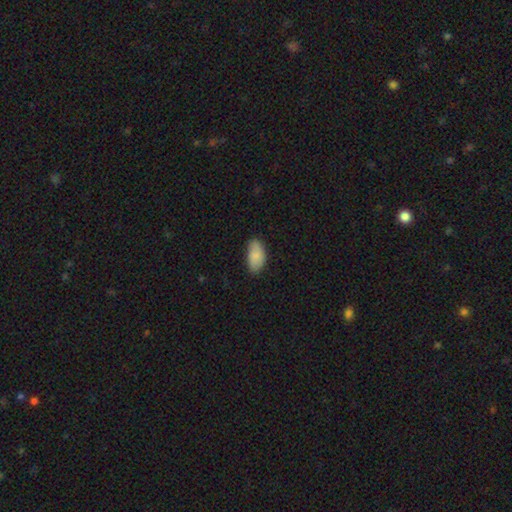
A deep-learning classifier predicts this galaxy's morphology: type=smooth (85%); roundness=in between (94%); merging=none (72%).